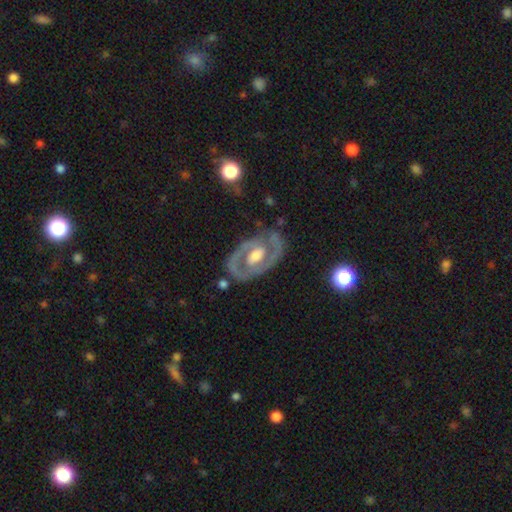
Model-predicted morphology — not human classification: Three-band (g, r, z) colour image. It shows a featured or disk galaxy (83%) with no bar (43%), 2 (76%) tight (47%) spiral arms (73%) and a moderate central bulge (59%). Merging: none (74%).